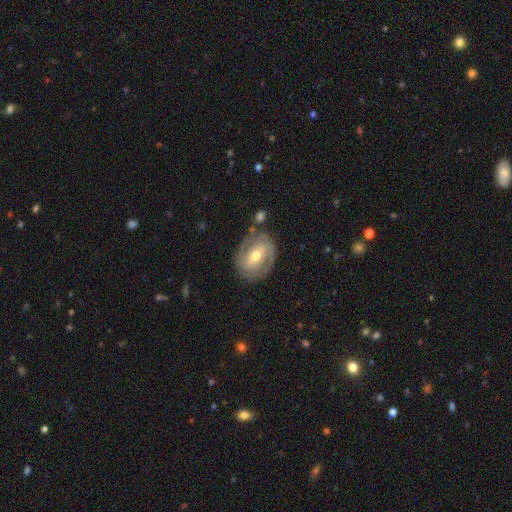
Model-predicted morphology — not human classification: Smooth or featured? featured or disk (72%)
Edge-on disk? no (95%)
Bar? weak (40%)
Spiral arms? yes (73%)
Spiral winding? tight (51%)
Spiral arm count? 2 (76%)
Bulge size? moderate (63%)
Merging? none (77%)